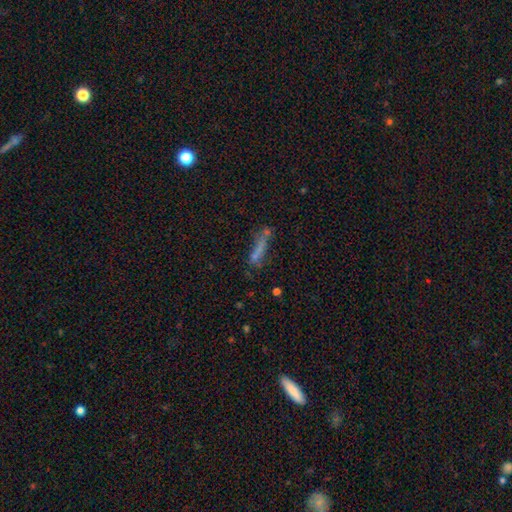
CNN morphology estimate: Smooth or featured? smooth (58%)
How rounded? cigar-shaped (79%)
Merging? none (47%)